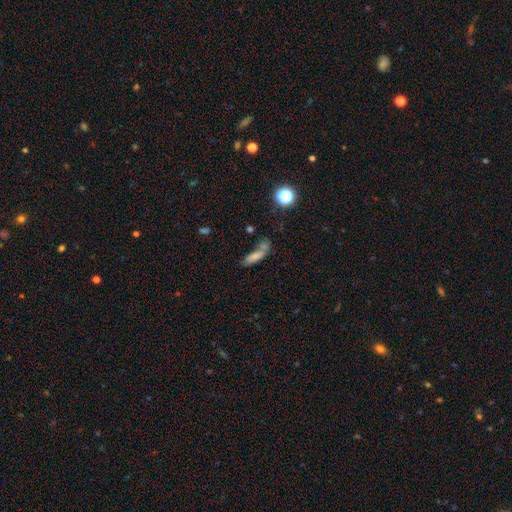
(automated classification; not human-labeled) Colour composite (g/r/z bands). It shows a smooth galaxy with no disk features (71%) that is cigar-shaped (55%). Merging: none (39%).